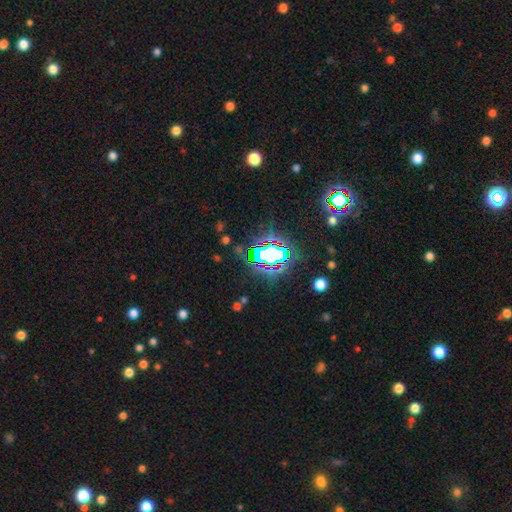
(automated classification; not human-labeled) Smooth or featured? star or artifact (78%)